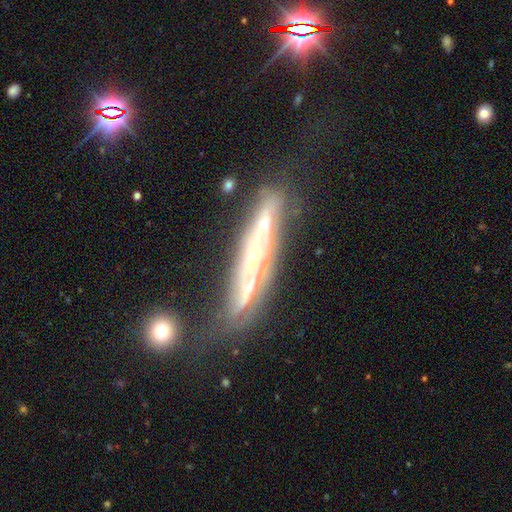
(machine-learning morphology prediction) A featured or disk galaxy (80%) viewed edge-on (63%) with a rounded central bulge (66%).

Vote fractions:
- Smooth or featured? featured or disk: 80% / smooth: 12% / star or artifact: 7%
- Edge-on disk? yes: 63% / no: 37%
- Edge-on bulge? rounded: 66% / none: 29% / boxy: 5%
- Merging? none: 57% / minor disturbance: 23% / major disturbance: 12% / merger: 7%